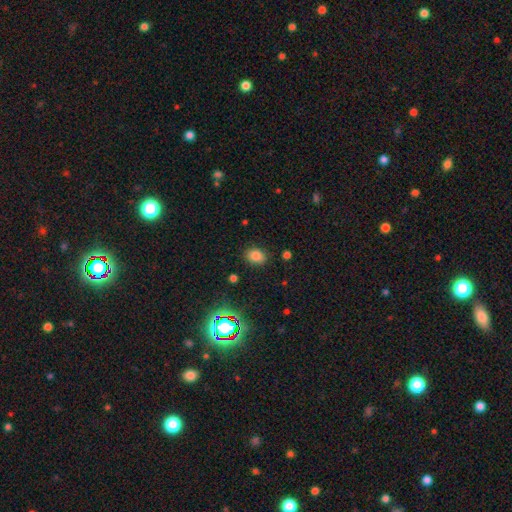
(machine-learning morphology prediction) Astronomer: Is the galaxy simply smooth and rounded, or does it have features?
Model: smooth — 77%.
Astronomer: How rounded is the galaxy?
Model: in between — 67%.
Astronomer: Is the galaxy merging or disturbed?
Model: none — 85%.